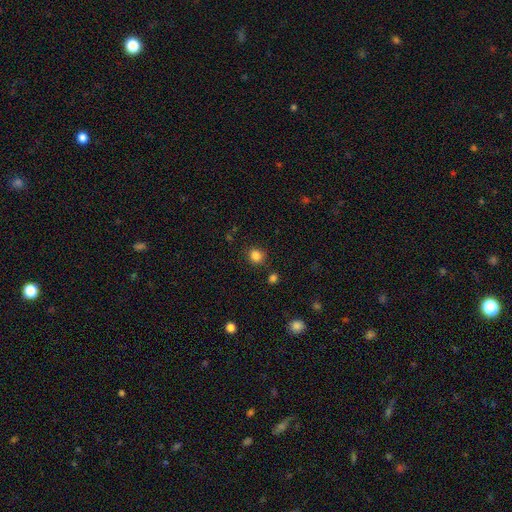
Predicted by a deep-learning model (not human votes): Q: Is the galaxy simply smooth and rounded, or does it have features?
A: smooth — 84%.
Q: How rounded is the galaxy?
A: round — 81%.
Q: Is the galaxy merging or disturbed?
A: none — 84%.